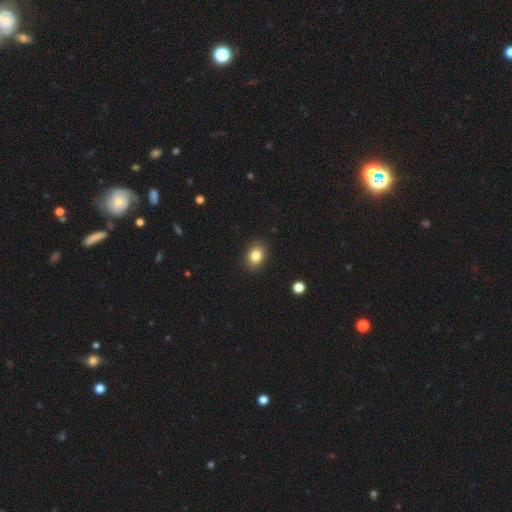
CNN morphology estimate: smooth 84%, star or artifact 10%, featured or disk 6%. Down the decision tree: how rounded — in between (58%); merging — none (89%).